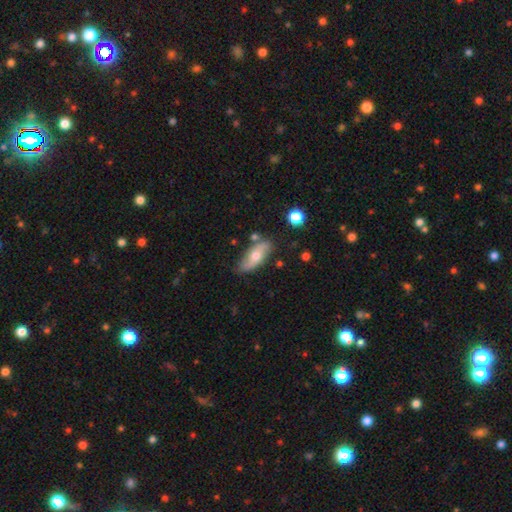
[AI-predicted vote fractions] Morphology: type=smooth (52%); roundness=in between (76%); merging=none (75%).